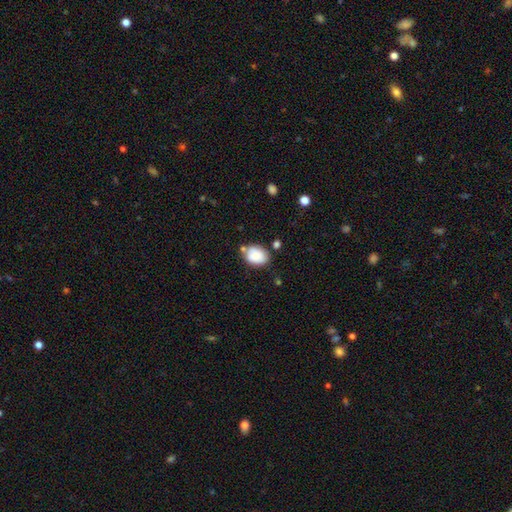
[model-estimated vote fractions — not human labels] This appears to be a smooth galaxy with no disk features (79%) that is in between round and cigar-shaped (69%). Merging: none (63%).